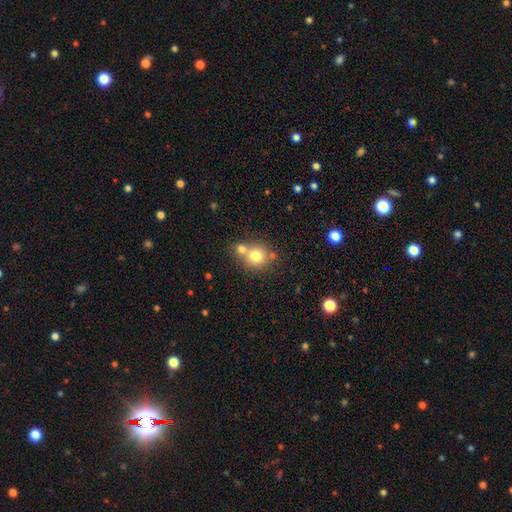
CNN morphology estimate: Smooth or featured?
  - smooth: 76% *
  - featured or disk: 13%
  - star or artifact: 12%
How rounded?
  - round: 86% *
  - in between: 13%
  - cigar-shaped: 1%
Merging?
  - none: 49% *
  - merger: 41%
  - minor disturbance: 7%
  - major disturbance: 3%